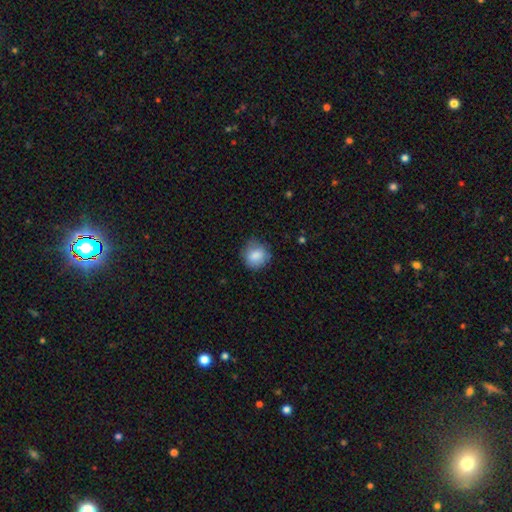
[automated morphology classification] Smooth or featured? Predicted: smooth (p=0.84). How rounded? Predicted: round (p=0.79). Merging? Predicted: none (p=0.74).